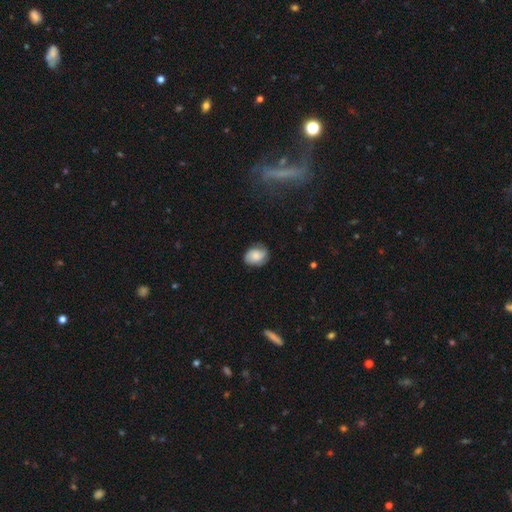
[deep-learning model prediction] Smooth or featured? smooth (65%)
How rounded? in between (59%)
Merging? none (69%)